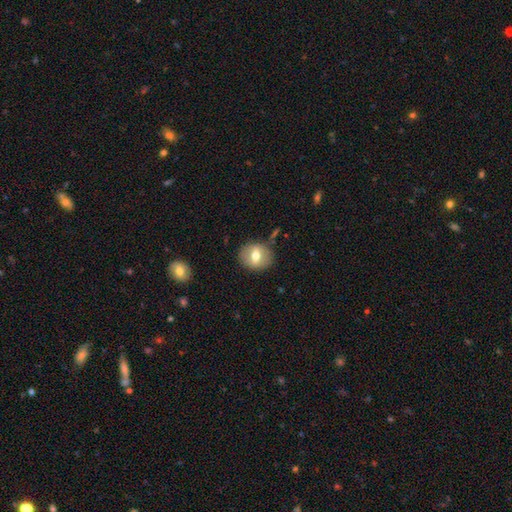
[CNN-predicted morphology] The model was most divided on "smooth or featured": smooth: 59%, featured or disk: 33%, star or artifact: 8%. More confident: merging — none (83%); how rounded — round (65%).